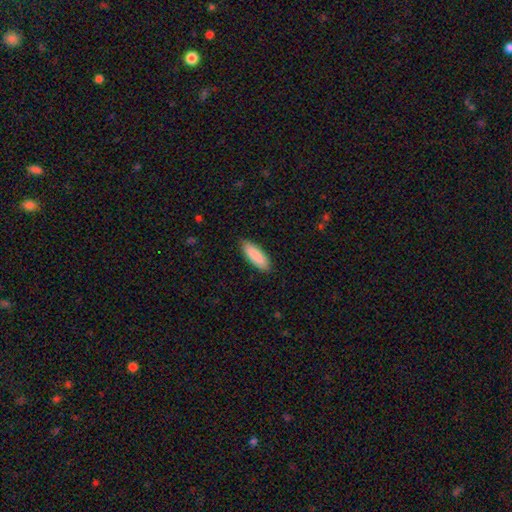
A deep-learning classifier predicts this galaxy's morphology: smooth-or-featured: smooth: 89% | featured or disk: 6% | star or artifact: 5%
  how-rounded: in between: 59% | cigar-shaped: 40% | round: 1%
  merging: none: 85% | minor disturbance: 12% | major disturbance: 2% | merger: 1%